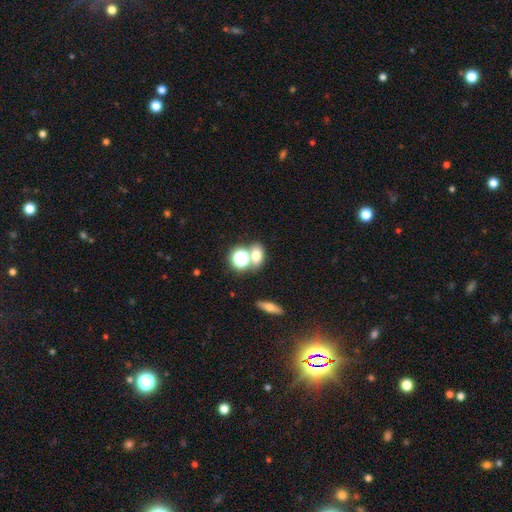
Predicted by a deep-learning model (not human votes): Q: Smooth or featured?
A: smooth (67%); runner-up: star or artifact (20%)
Q: How rounded?
A: in between (59%); runner-up: round (38%)
Q: Merging?
A: none (56%); runner-up: merger (31%)